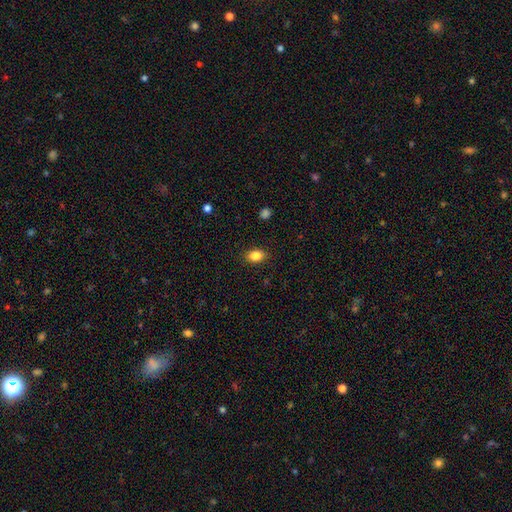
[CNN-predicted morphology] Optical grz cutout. It shows a smooth galaxy with no disk features (85%) that is in between round and cigar-shaped (78%). Merging: none (87%).